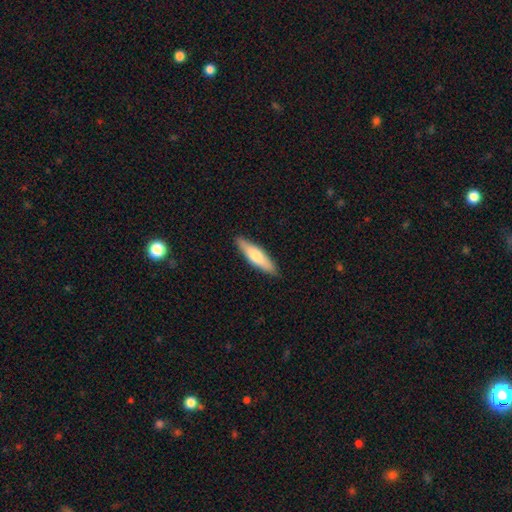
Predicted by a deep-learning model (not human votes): Smooth or featured? smooth (66%)
How rounded? cigar-shaped (69%)
Merging? none (89%)